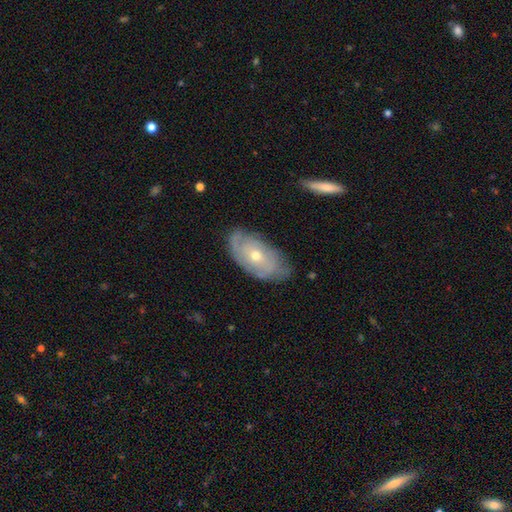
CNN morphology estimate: The model was most divided on "bulge size": moderate: 49%, small: 48%, large: 1%, none: 1%, dominant: 1%. More confident: edge-on disk — no (91%); bar — no (82%); spiral arms — yes (73%); merging — none (69%); smooth or featured — featured or disk (67%).